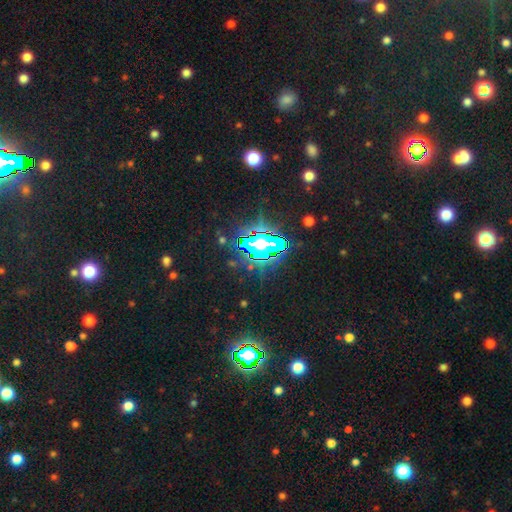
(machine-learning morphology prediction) Smooth or featured?
  - star or artifact: 79% *
  - smooth: 12%
  - featured or disk: 9%